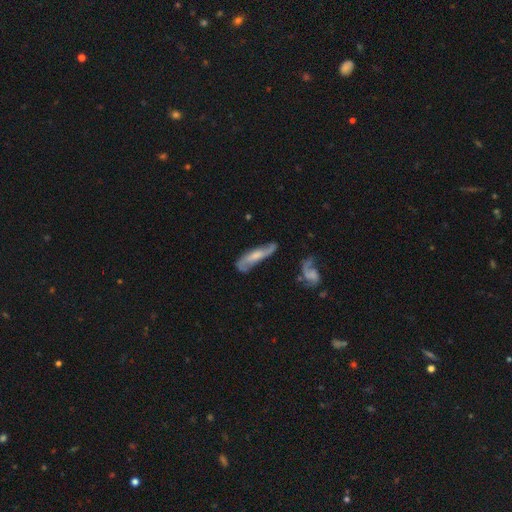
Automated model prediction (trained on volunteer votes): A featured or disk galaxy (58%).

Vote fractions:
- Smooth or featured? featured or disk: 58% / smooth: 36% / star or artifact: 7%
- Edge-on disk? no: 68% / yes: 32%
- Merging? none: 57% / minor disturbance: 24% / major disturbance: 13% / merger: 6%